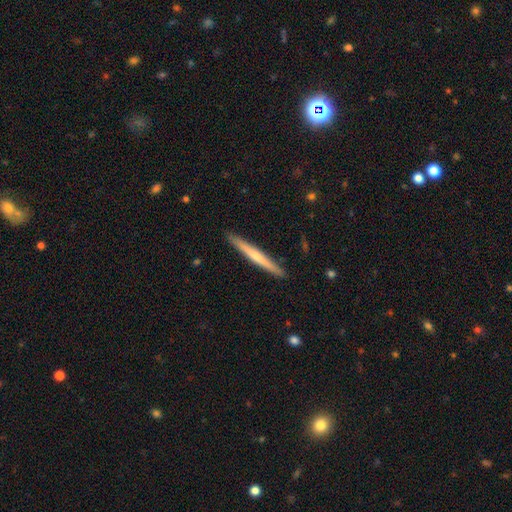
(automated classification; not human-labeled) The model was most divided on "smooth or featured": featured or disk: 48%, smooth: 47%, star or artifact: 5%. More confident: merging — none (92%).